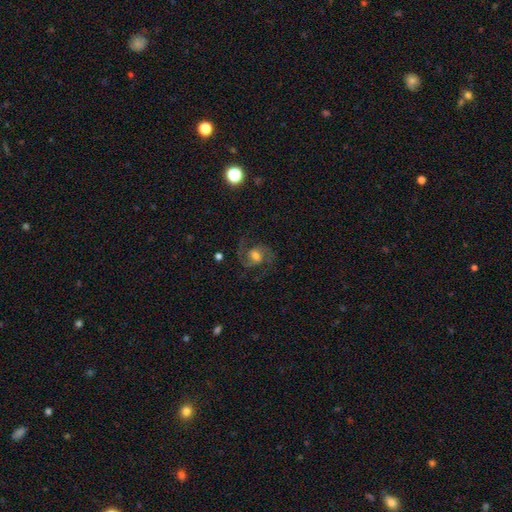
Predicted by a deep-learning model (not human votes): featured or disk 86%, smooth 7%, star or artifact 7%. Down the decision tree: edge-on disk — no (98%); bar — weak (48%); spiral arms — yes (97%); spiral arm count — 2 (91%); spiral winding — medium (62%); bulge size — moderate (65%); merging — none (76%).